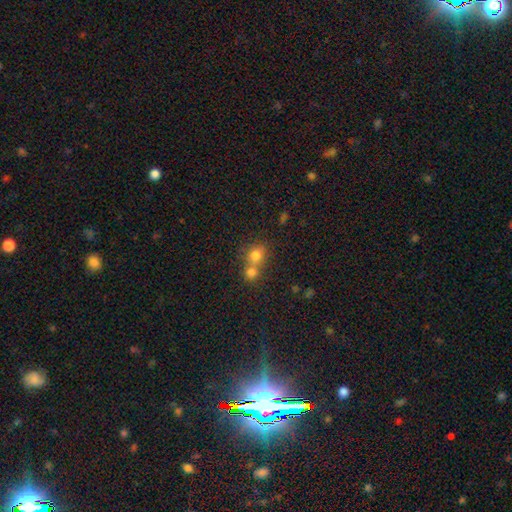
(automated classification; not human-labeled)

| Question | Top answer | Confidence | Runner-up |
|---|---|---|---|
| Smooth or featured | smooth | 77% | star or artifact (12%) |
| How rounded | round | 71% | in between (27%) |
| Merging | merger | 56% | none (34%) |